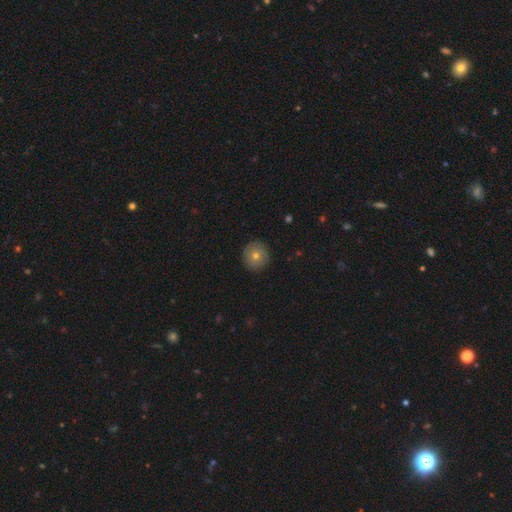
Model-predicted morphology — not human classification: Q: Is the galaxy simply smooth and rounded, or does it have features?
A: smooth — 70%.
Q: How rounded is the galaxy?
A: round — 94%.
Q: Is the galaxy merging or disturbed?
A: none — 91%.